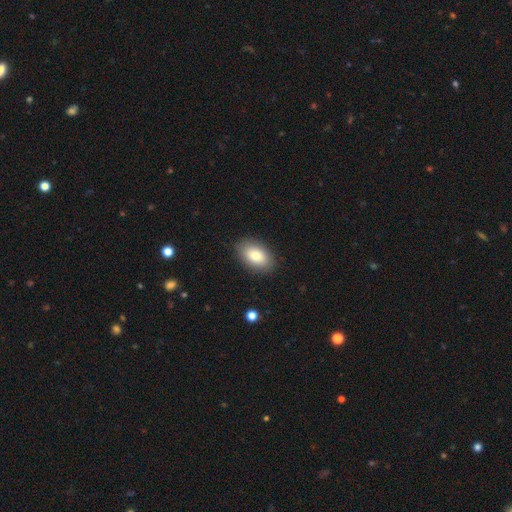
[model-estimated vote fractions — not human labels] Overall: smooth (80%). How rounded: in between (91%). Merging: none (88%).